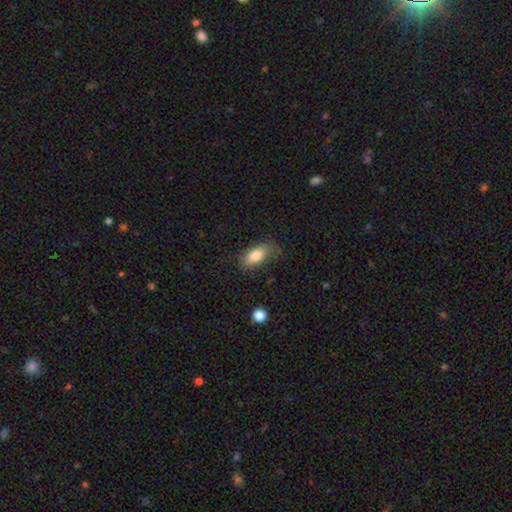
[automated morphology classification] Smooth or featured: smooth — 81% (featured or disk — 12%)
How rounded: in between — 86% (cigar-shaped — 10%)
Merging: none — 67% (minor disturbance — 24%)